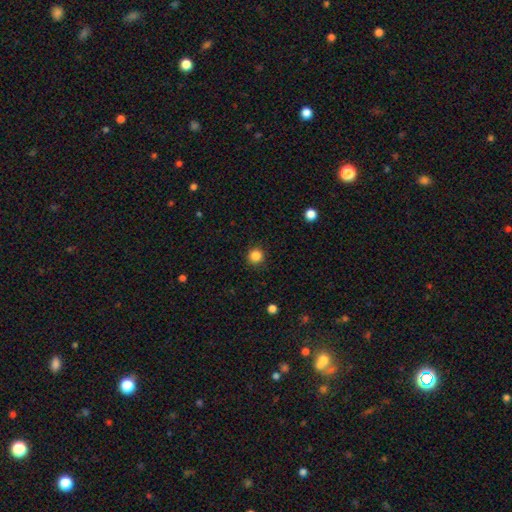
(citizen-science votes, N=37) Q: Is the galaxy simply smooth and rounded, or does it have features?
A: smooth — 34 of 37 (92%).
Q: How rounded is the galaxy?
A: round — 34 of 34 (100%).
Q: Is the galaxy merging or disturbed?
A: none — 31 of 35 (89%).